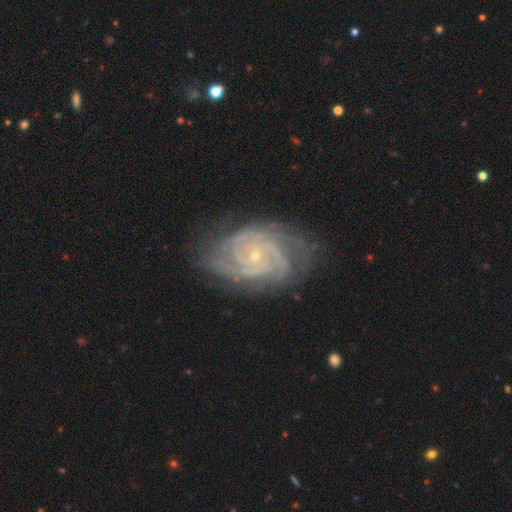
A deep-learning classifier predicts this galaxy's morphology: A featured or disk galaxy (89%) with no bar (73%), 3 (24%) tight (71%) spiral arms (98%) and a small central bulge (82%).

Vote fractions:
- Smooth or featured? featured or disk: 89% / star or artifact: 6% / smooth: 5%
- Edge-on disk? no: 97% / yes: 3%
- Bar? no: 73% / weak: 22% / strong: 6%
- Spiral arms? yes: 98% / no: 2%
- Spiral winding? tight: 71% / medium: 25% / loose: 4%
- Spiral arm count? 3: 24% / 2: 23% / can't tell: 21% / 4: 17% / more than 4: 9% / 1: 7%
- Bulge size? small: 82% / moderate: 15% / none: 1% / large: 1% / dominant: 1%
- Merging? none: 71% / minor disturbance: 20% / major disturbance: 7% / merger: 1%